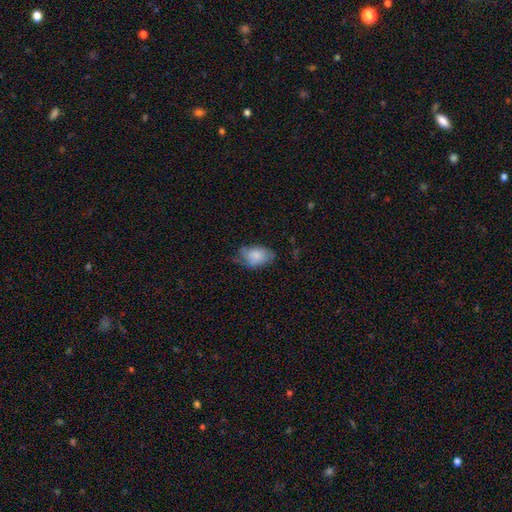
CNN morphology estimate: smooth 73%, featured or disk 20%, star or artifact 7%. Down the decision tree: how rounded — in between (90%); merging — none (49%).